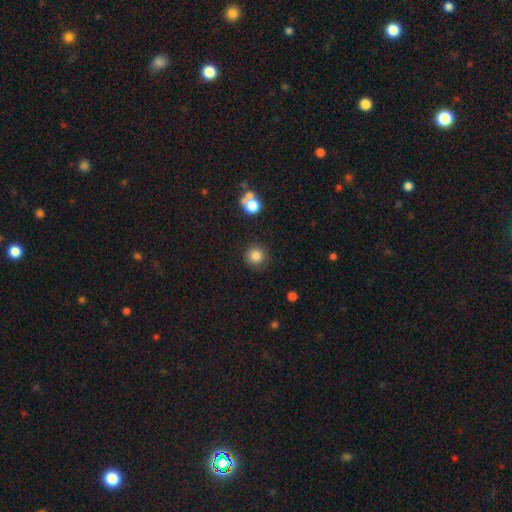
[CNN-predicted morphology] A smooth galaxy with no disk features (84%) that is round (94%). Merging: none (87%).